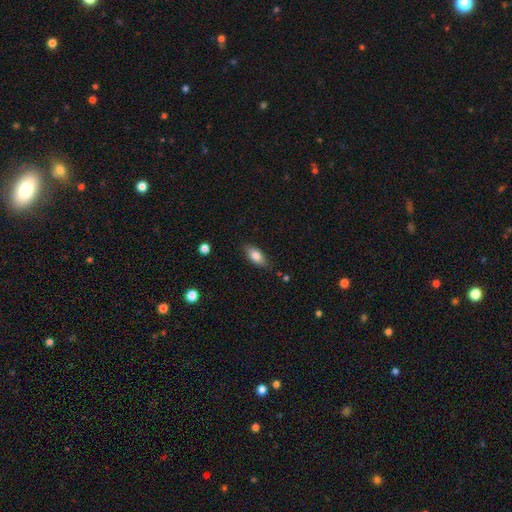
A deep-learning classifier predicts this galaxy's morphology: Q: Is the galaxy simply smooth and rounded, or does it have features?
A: smooth — 81%.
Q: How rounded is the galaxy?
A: in between — 86%.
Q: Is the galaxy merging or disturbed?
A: none — 80%.